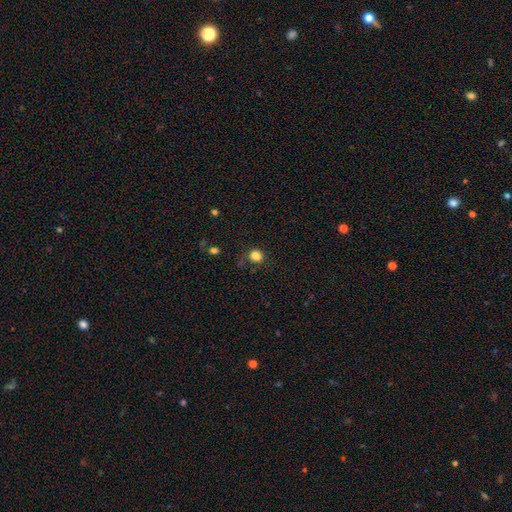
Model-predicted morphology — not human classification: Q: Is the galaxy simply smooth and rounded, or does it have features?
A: smooth — 82%.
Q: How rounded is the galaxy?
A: round — 72%.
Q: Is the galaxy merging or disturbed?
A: none — 71%.